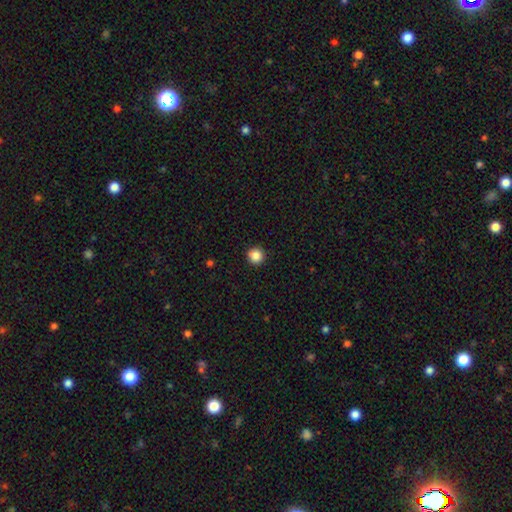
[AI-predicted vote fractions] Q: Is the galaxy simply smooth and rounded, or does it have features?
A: smooth — 86%.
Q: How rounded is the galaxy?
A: round — 95%.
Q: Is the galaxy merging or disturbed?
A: none — 93%.